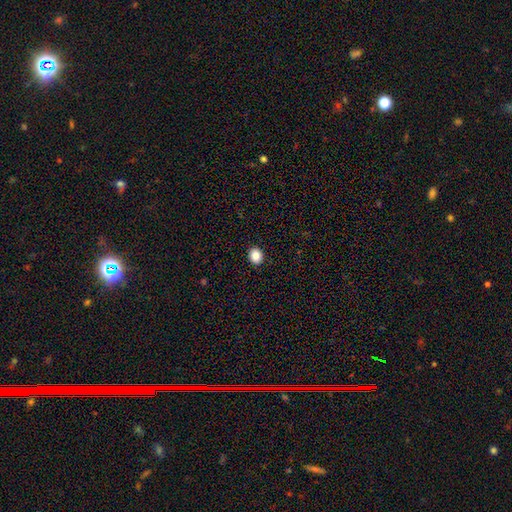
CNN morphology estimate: This is clearly a smooth galaxy (85%). How rounded: likely round (63%). Merging: clearly none (92%).